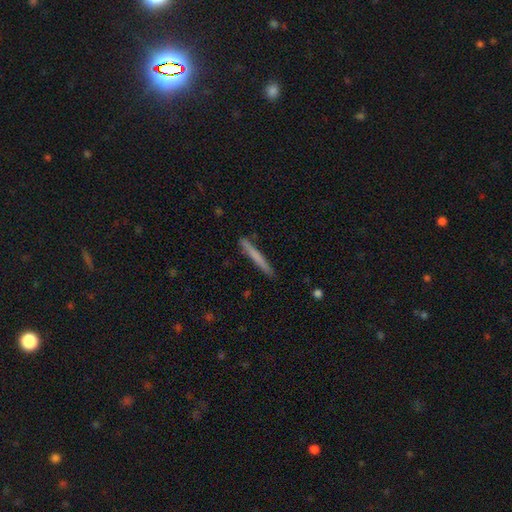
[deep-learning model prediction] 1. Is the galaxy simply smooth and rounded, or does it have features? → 64% smooth, 31% featured or disk, 6% star or artifact.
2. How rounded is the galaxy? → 97% cigar-shaped, 2% in between, 1% round.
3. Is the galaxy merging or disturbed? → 88% none, 9% minor disturbance, 2% merger, 2% major disturbance.